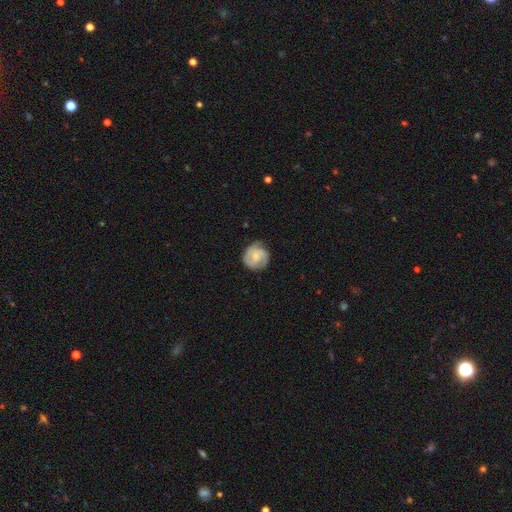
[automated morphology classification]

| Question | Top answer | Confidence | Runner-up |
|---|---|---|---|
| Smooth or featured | featured or disk | 51% | smooth (42%) |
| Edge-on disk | no | 98% | yes (2%) |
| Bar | no | 70% | weak (26%) |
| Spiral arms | yes | 85% | no (15%) |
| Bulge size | small | 49% | moderate (36%) |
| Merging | none | 69% | minor disturbance (24%) |